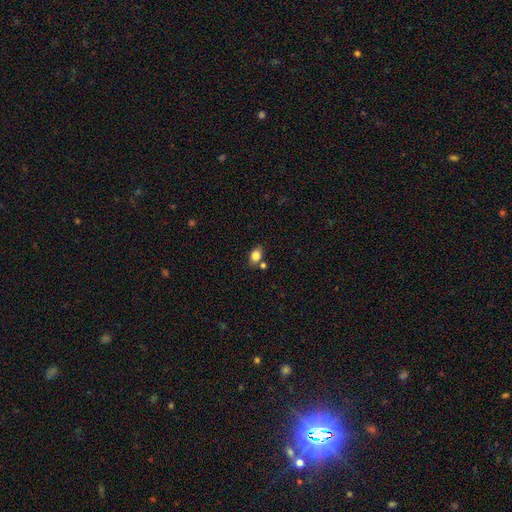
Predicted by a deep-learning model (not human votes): Q: Smooth or featured?
A: smooth (82%); runner-up: star or artifact (10%)
Q: How rounded?
A: in between (73%); runner-up: round (25%)
Q: Merging?
A: none (69%); runner-up: minor disturbance (14%)